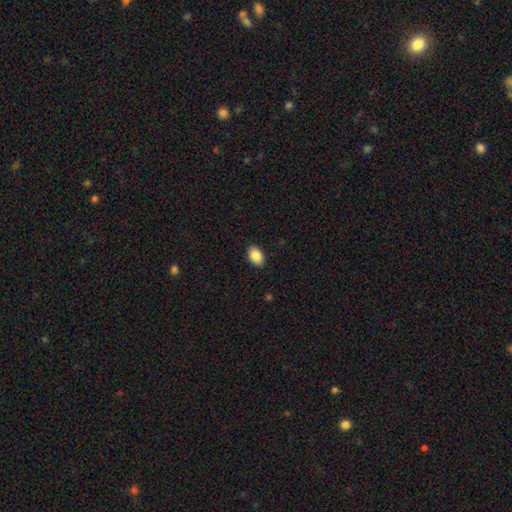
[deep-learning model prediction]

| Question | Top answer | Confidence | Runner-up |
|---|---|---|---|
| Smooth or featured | smooth | 88% | star or artifact (7%) |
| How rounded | in between | 88% | round (10%) |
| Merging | none | 89% | minor disturbance (8%) |